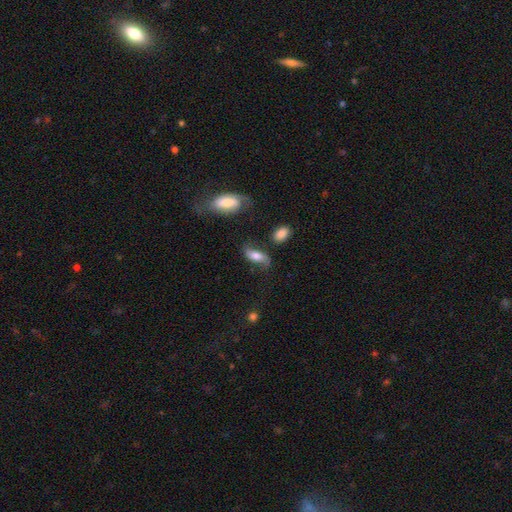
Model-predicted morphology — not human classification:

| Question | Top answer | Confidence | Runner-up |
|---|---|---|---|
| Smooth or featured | smooth | 50% | featured or disk (41%) |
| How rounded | in between | 77% | cigar-shaped (17%) |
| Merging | none | 60% | minor disturbance (23%) |